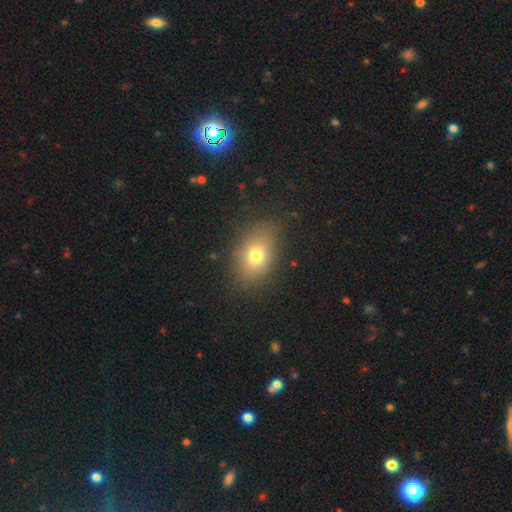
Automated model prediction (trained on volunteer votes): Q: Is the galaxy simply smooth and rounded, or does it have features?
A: smooth — 74%.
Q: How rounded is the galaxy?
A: in between — 75%.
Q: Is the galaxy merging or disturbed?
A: none — 80%.